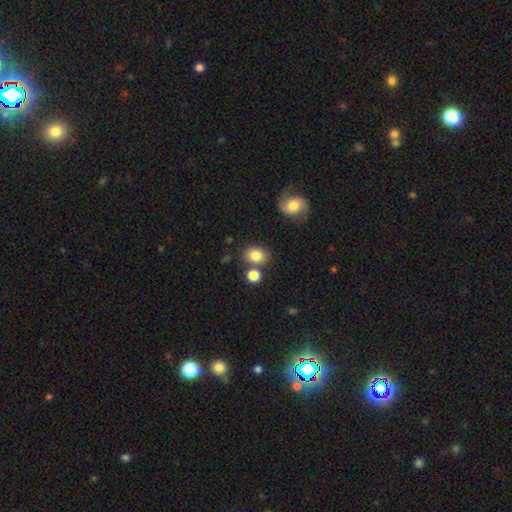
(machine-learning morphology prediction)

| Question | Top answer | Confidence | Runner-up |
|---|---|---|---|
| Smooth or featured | smooth | 82% | star or artifact (10%) |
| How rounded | round | 54% | in between (45%) |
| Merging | none | 69% | merger (16%) |